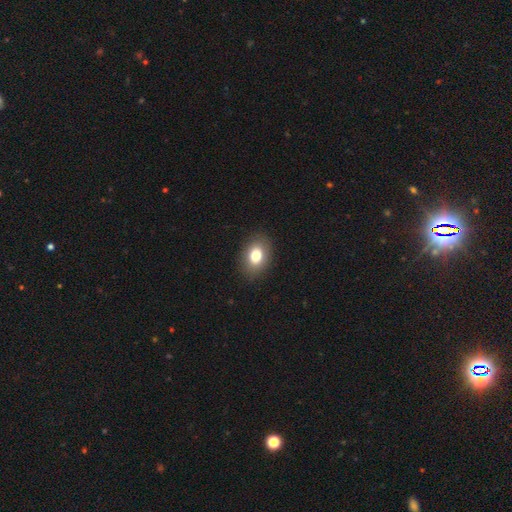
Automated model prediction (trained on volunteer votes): Q: Smooth or featured?
A: smooth (78%); runner-up: featured or disk (13%)
Q: How rounded?
A: in between (78%); runner-up: round (21%)
Q: Merging?
A: none (88%); runner-up: minor disturbance (9%)